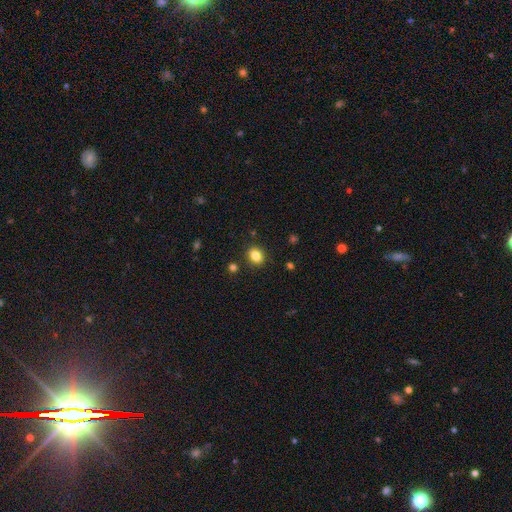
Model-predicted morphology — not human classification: This appears to be a smooth galaxy with no disk features (84%) that is round (50%). Merging: none (87%).